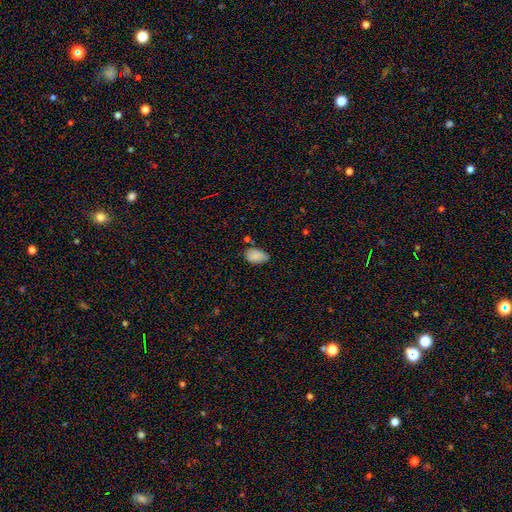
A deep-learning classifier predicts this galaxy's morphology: smooth_or_featured: smooth (p=0.86) [alt: star or artifact p=0.08]
how_rounded: in between (p=0.92) [alt: round p=0.07]
merging: none (p=0.63) [alt: minor disturbance p=0.27]